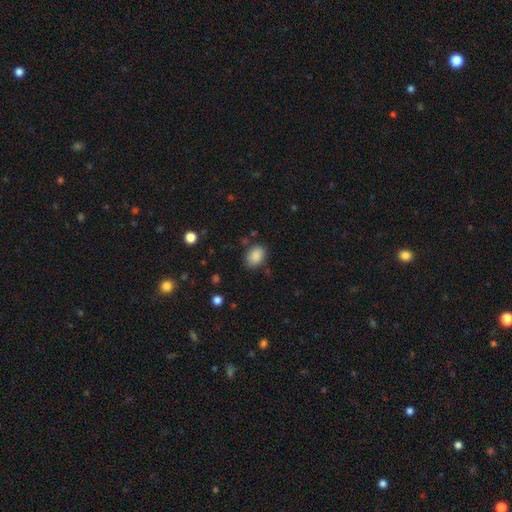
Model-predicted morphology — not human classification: Overall: smooth (88%). How rounded: in between (78%). Merging: none (79%).